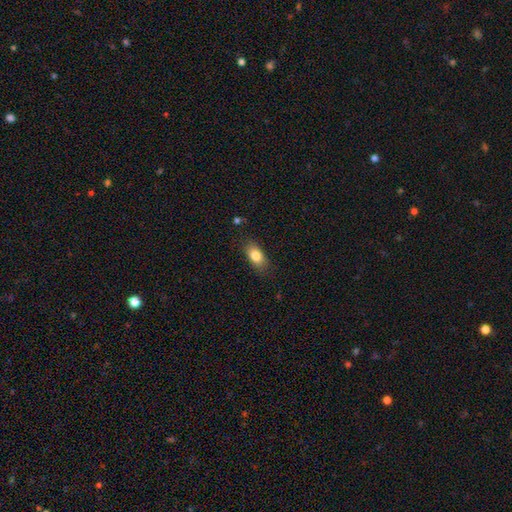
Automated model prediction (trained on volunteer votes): Smooth or featured? Predicted: smooth (p=0.81). How rounded? Predicted: in between (p=0.86). Merging? Predicted: none (p=0.82).